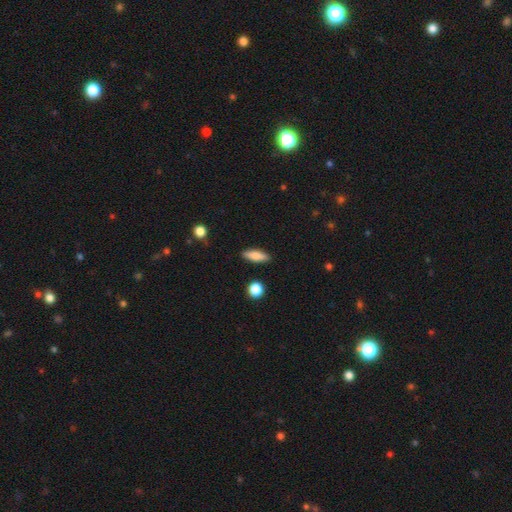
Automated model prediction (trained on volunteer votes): smooth 79%, featured or disk 14%, star or artifact 7%. Down the decision tree: how rounded — in between (53%); merging — none (88%).